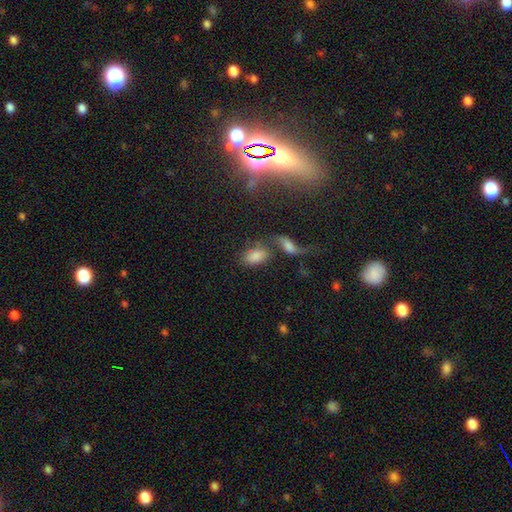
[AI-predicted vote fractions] Smooth or featured?
  - smooth: 70% *
  - star or artifact: 18%
  - featured or disk: 12%
How rounded?
  - in between: 90% *
  - round: 6%
  - cigar-shaped: 3%
Merging?
  - none: 53% *
  - merger: 23%
  - minor disturbance: 15%
  - major disturbance: 10%